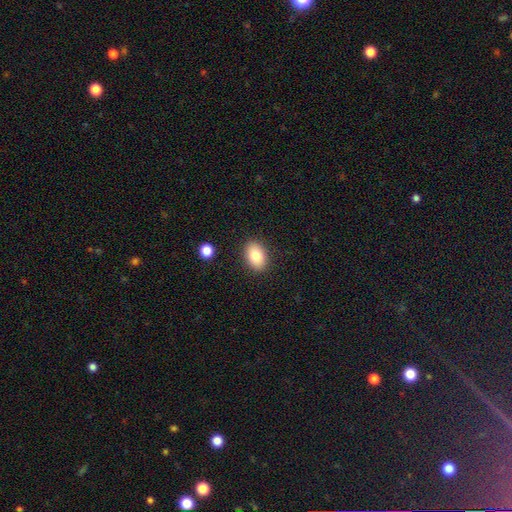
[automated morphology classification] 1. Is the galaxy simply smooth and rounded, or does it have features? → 82% smooth, 10% featured or disk, 8% star or artifact.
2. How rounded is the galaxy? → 83% in between, 15% round, 1% cigar-shaped.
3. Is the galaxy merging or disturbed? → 88% none, 8% minor disturbance, 2% major disturbance, 2% merger.